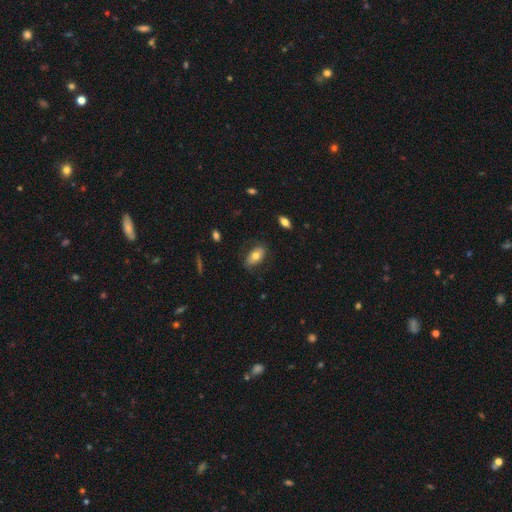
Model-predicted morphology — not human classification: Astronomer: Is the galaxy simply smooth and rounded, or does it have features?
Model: smooth — 69%.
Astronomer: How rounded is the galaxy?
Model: in between — 91%.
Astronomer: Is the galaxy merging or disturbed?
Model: none — 77%.